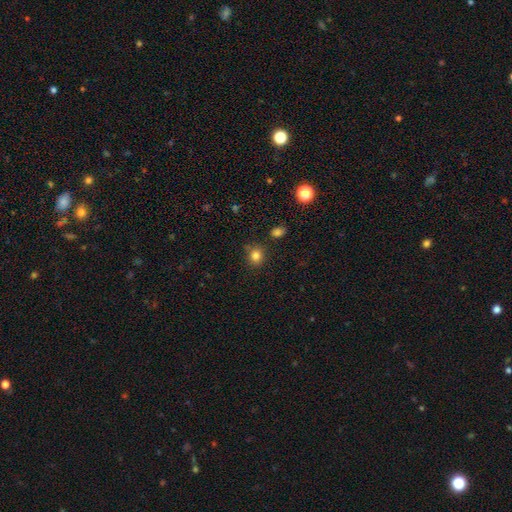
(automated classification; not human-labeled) This appears to be a smooth galaxy with no disk features (82%) that is round (79%). Merging: none (80%).